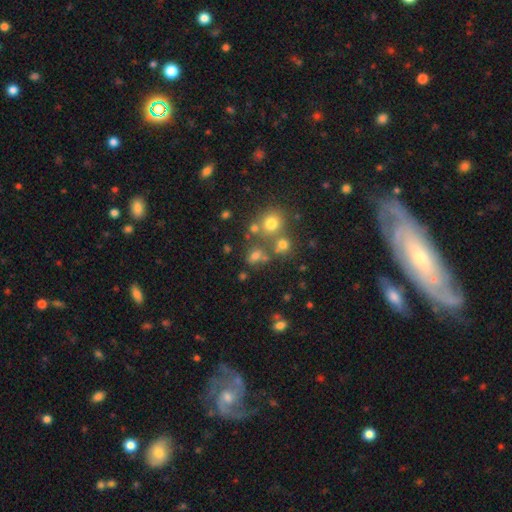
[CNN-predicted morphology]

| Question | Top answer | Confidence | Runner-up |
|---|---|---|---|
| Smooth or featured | smooth | 68% | star or artifact (21%) |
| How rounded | in between | 51% | round (47%) |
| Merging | none | 57% | merger (24%) |